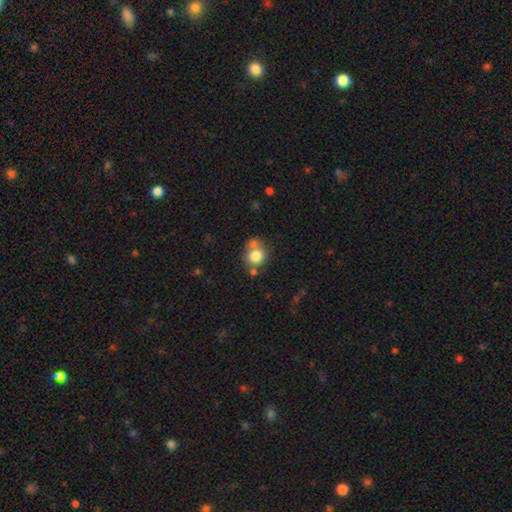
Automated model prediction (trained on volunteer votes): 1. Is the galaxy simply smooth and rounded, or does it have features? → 79% smooth, 10% featured or disk, 10% star or artifact.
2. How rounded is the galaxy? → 83% round, 16% in between, 1% cigar-shaped.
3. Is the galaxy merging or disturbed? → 52% none, 31% merger, 12% minor disturbance, 5% major disturbance.